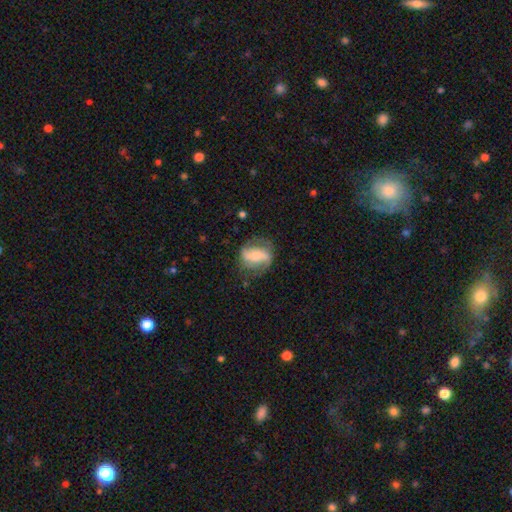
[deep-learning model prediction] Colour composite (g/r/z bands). It shows a featured or disk galaxy (70%) with a strong bar (40%), 2 (85%) loose (50%) spiral arms (86%) and a moderate central bulge (47%). Merging: none (69%).